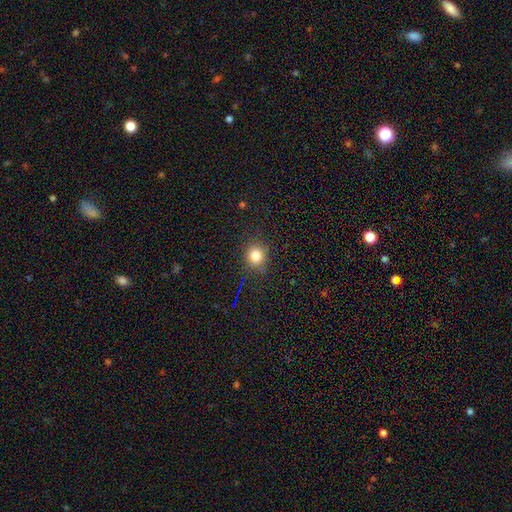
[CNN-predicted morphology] The model was most divided on "how rounded": round: 82%, in between: 17%, cigar-shaped: 1%. More confident: merging — none (84%); smooth or featured — smooth (80%).